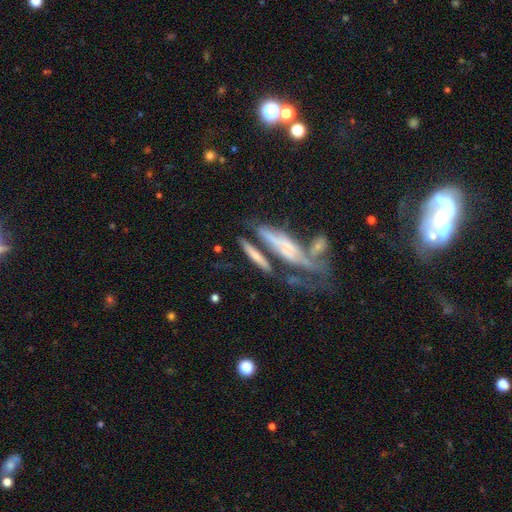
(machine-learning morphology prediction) This appears to be a smooth galaxy with no disk features (55%) that is cigar-shaped (80%). Merging: none (49%).